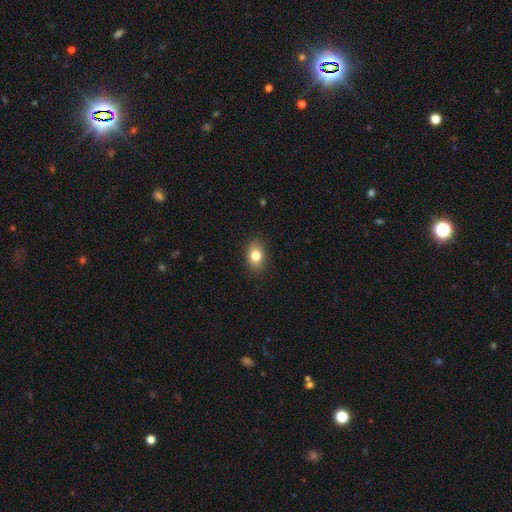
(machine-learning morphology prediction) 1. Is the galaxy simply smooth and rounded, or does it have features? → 80% smooth, 10% featured or disk, 9% star or artifact.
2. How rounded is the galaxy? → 78% in between, 20% round, 1% cigar-shaped.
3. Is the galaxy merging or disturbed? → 88% none, 9% minor disturbance, 2% major disturbance, 1% merger.